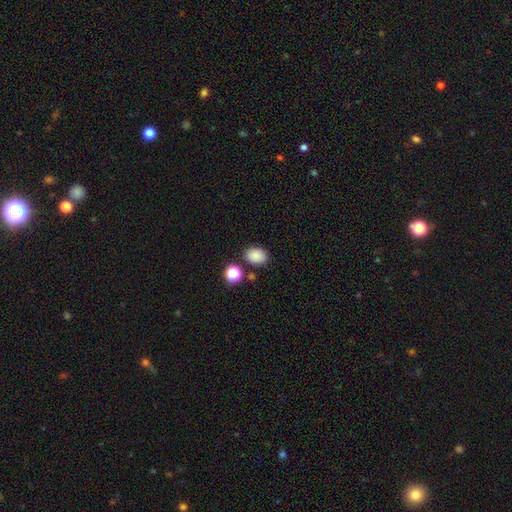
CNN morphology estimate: The model was most divided on "how rounded": in between: 70%, round: 29%, cigar-shaped: 1%. More confident: smooth or featured — smooth (85%); merging — none (81%).